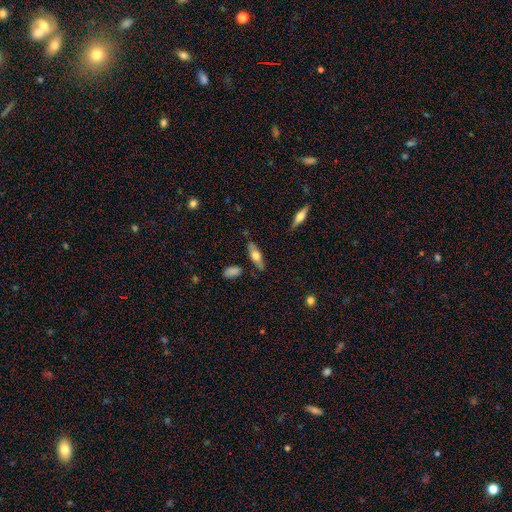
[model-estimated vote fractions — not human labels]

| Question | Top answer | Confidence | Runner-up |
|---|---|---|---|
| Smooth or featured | smooth | 55% | featured or disk (39%) |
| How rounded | in between | 65% | cigar-shaped (32%) |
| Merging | none | 78% | minor disturbance (16%) |